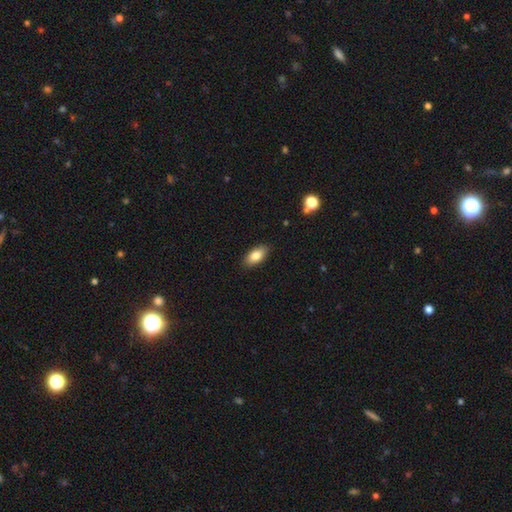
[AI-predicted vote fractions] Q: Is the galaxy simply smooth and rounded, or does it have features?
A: smooth — 82%.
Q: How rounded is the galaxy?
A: in between — 89%.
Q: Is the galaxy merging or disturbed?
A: none — 88%.